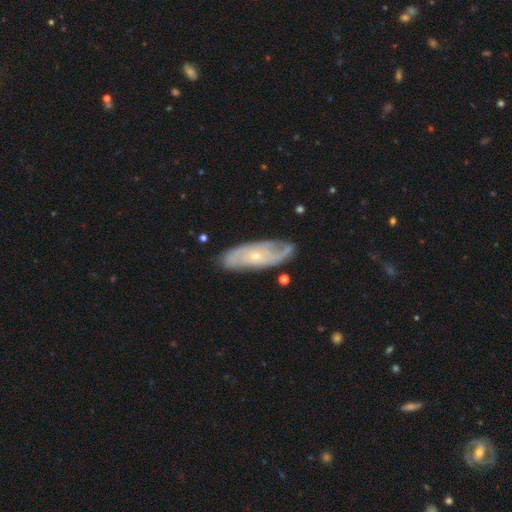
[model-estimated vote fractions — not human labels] Morphology: type=featured or disk (77%); edge-on=no (85%); bar=no (76%); spiral arms=yes (86%); winding=tight (52%); arm count=2 (40%); bulge=small (71%); merging=none (74%).